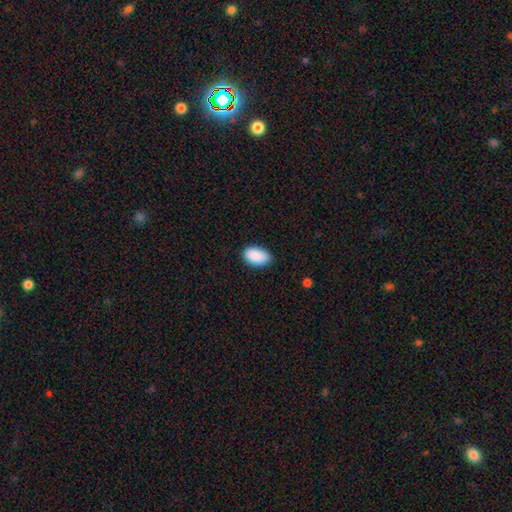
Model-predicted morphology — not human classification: Overall: smooth (90%). How rounded: in between (94%). Merging: none (82%).